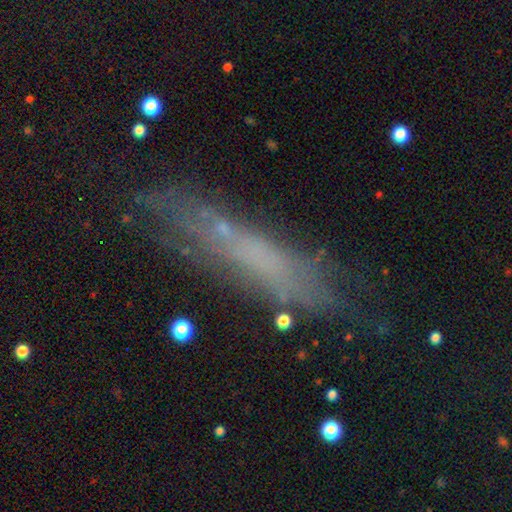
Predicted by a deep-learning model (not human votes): smooth-or-featured: featured or disk: 41% | smooth: 40% | star or artifact: 18%
  merging: none: 70% | minor disturbance: 19% | major disturbance: 8% | merger: 3%